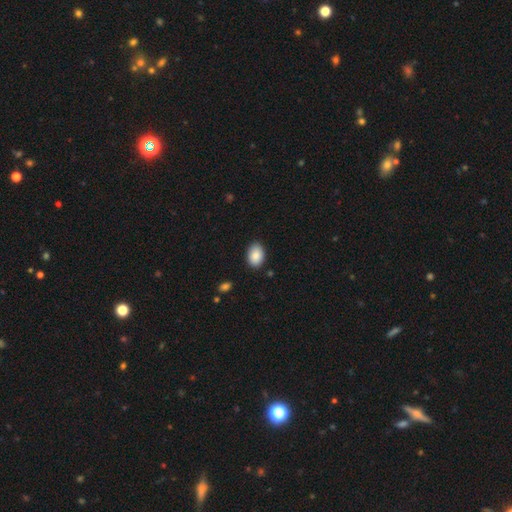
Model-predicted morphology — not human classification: smooth 88%, star or artifact 7%, featured or disk 5%. Down the decision tree: how rounded — in between (86%); merging — none (87%).